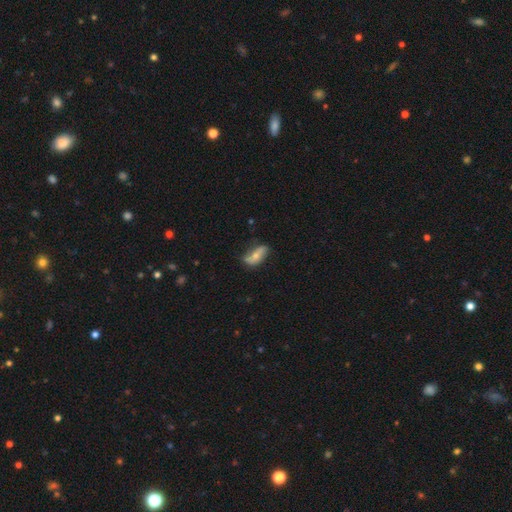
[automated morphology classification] Smooth or featured: featured or disk — 52% (smooth — 41%)
Edge-on disk: no — 90% (yes — 10%)
Merging: none — 58% (minor disturbance — 28%)